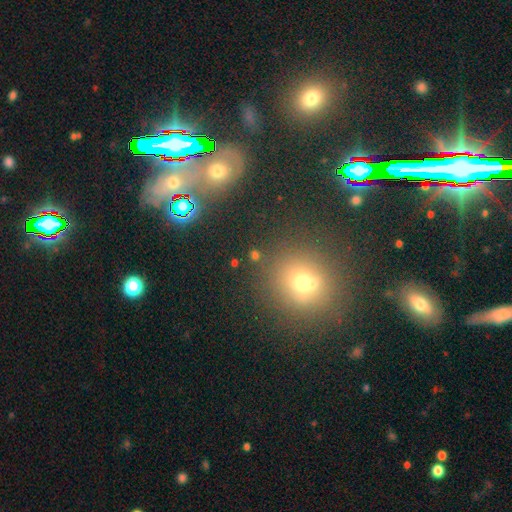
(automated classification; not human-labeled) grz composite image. It shows a smooth galaxy with no disk features (55%) that is round (77%). Merging: none (63%).